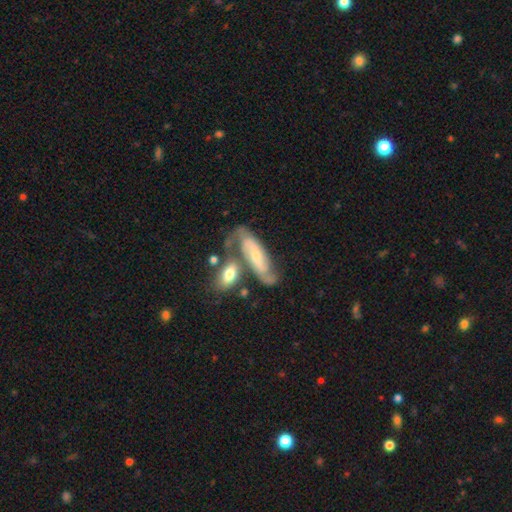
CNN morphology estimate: This appears to be a featured or disk galaxy (71%) with no bar (46%), 2 (77%) medium (43%) spiral arms (90%) and a small central bulge (61%). Merging: none (44%).